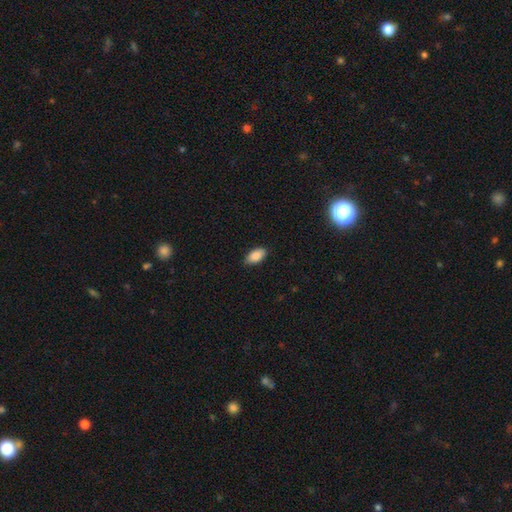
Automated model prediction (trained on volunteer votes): smooth_or_featured: smooth (p=0.88) [alt: star or artifact p=0.07]
how_rounded: in between (p=0.94) [alt: round p=0.03]
merging: none (p=0.86) [alt: minor disturbance p=0.11]